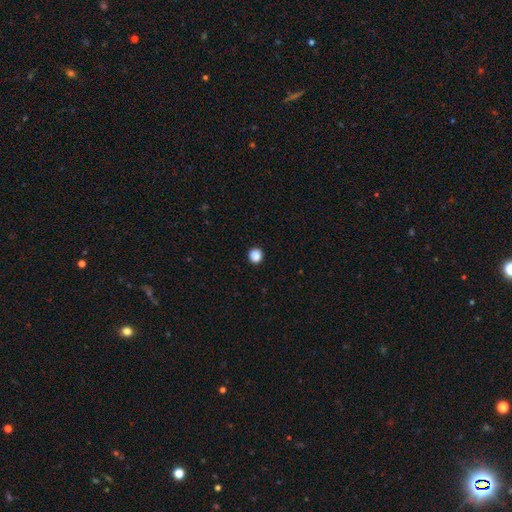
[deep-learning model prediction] smooth-or-featured: smooth: 88% | star or artifact: 10% | featured or disk: 2%
  how-rounded: round: 91% | in between: 8% | cigar-shaped: 1%
  merging: none: 93% | minor disturbance: 4% | major disturbance: 2% | merger: 1%